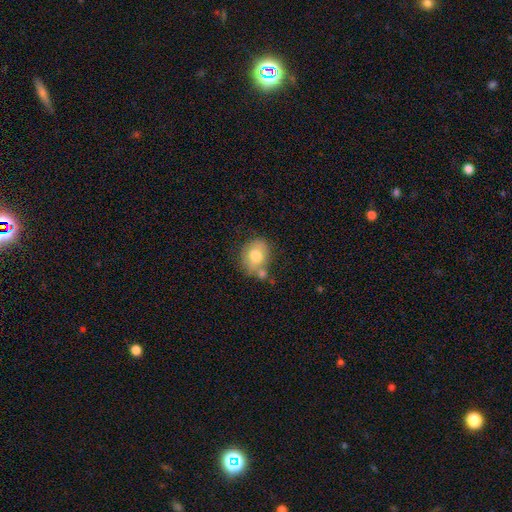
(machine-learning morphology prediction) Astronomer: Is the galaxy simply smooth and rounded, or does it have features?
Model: smooth — 73%.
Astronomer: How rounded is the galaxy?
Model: round — 53% (runner-up: in between, 46%).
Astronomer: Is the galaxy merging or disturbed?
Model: none — 53%.